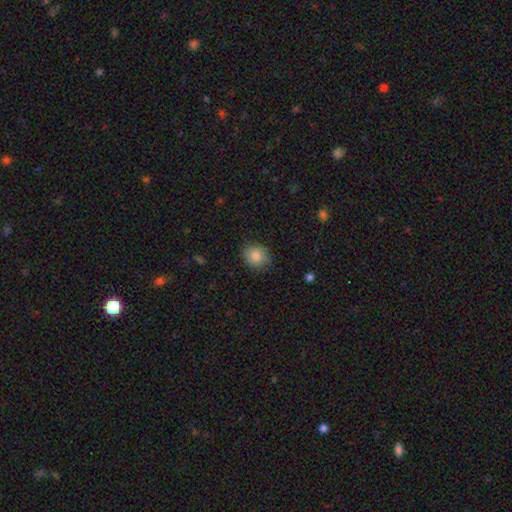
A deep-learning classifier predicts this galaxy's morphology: Q: Smooth or featured?
A: smooth (83%); runner-up: star or artifact (8%)
Q: How rounded?
A: round (69%); runner-up: in between (30%)
Q: Merging?
A: none (81%); runner-up: minor disturbance (15%)